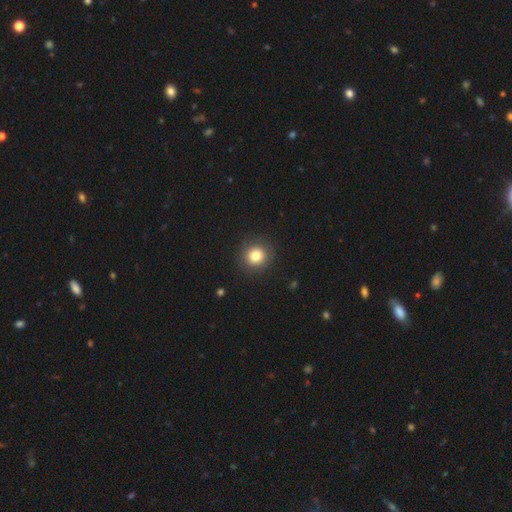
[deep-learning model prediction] Morphology: type=smooth (80%); roundness=round (93%); merging=none (90%).